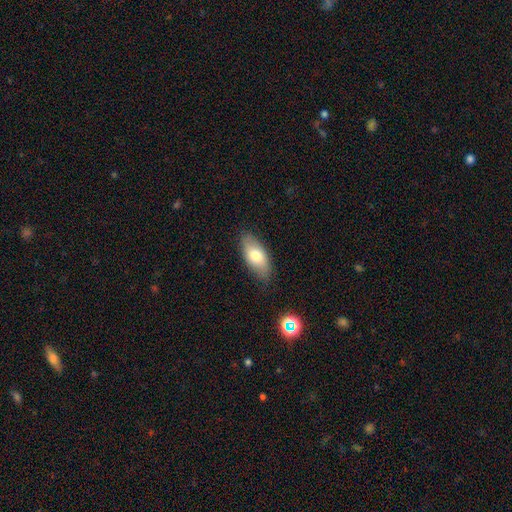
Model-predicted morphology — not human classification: smooth-or-featured: smooth: 73% | featured or disk: 21% | star or artifact: 7%
  how-rounded: in between: 88% | cigar-shaped: 9% | round: 3%
  merging: none: 83% | minor disturbance: 13% | major disturbance: 3% | merger: 1%